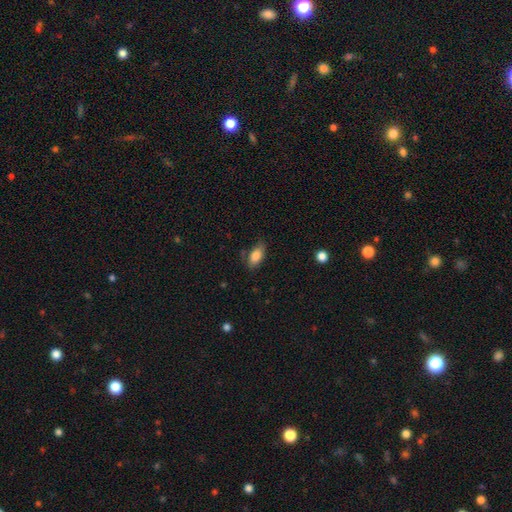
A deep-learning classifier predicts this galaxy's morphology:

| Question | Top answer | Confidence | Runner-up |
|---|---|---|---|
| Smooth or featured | smooth | 84% | featured or disk (9%) |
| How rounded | in between | 89% | cigar-shaped (6%) |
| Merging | none | 70% | minor disturbance (22%) |